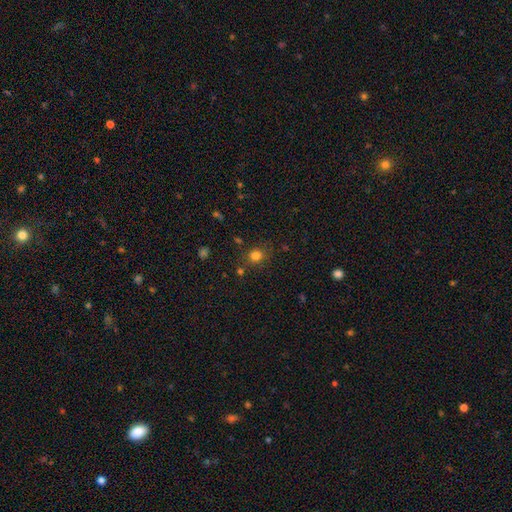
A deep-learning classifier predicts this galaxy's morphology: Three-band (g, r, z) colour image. It shows a smooth galaxy with no disk features (78%) that is round (78%). Merging: none (78%).